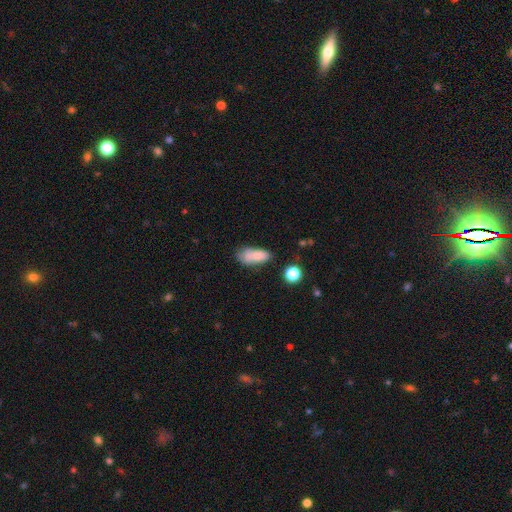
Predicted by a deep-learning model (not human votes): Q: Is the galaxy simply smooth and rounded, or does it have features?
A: smooth — 76%.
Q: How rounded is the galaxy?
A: in between — 82%.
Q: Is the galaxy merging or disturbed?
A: none — 42%.